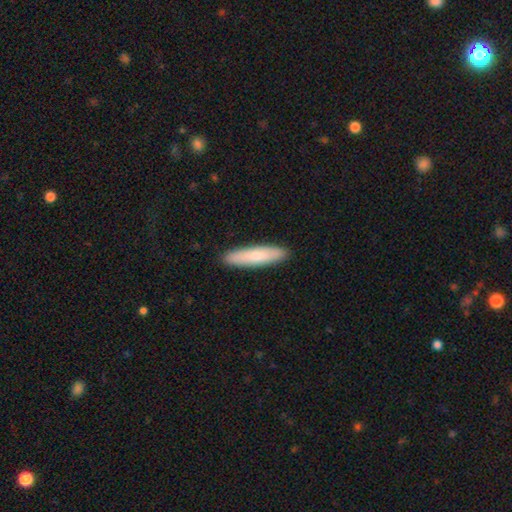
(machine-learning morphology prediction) A smooth galaxy with no disk features (75%) that is cigar-shaped (81%). Merging: none (91%).